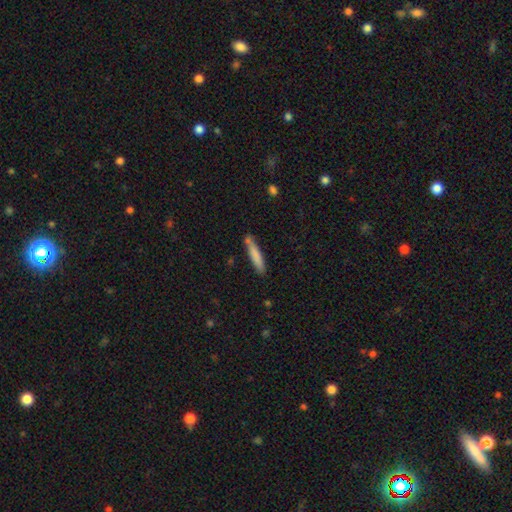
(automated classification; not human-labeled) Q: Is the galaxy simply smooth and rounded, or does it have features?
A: smooth — 79%.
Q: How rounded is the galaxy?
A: cigar-shaped — 90%.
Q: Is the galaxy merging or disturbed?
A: none — 73%.